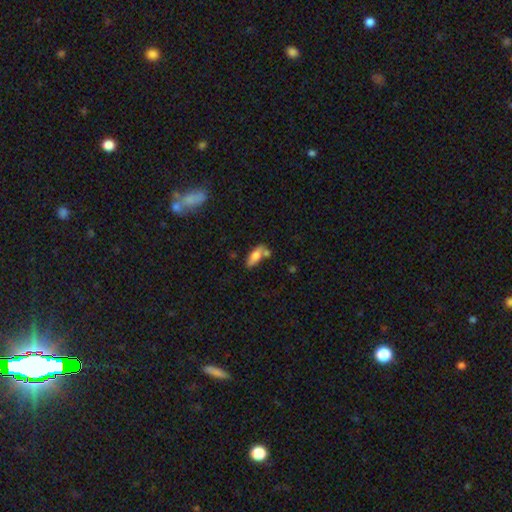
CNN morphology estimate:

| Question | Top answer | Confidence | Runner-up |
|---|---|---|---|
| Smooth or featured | smooth | 74% | featured or disk (18%) |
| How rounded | in between | 72% | cigar-shaped (26%) |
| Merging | none | 58% | merger (20%) |